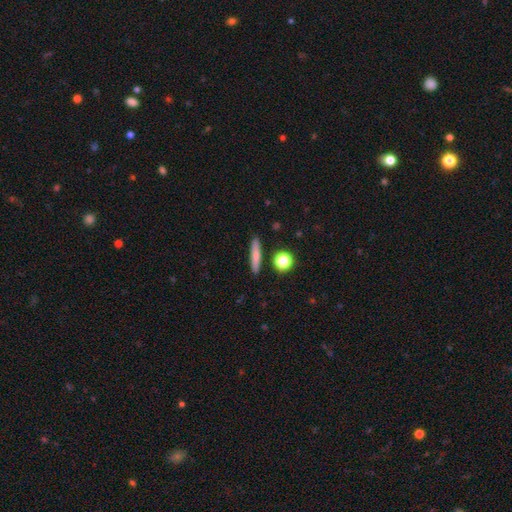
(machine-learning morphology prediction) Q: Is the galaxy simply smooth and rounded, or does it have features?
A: smooth — 72%.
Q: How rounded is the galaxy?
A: cigar-shaped — 85%.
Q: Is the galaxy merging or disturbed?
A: none — 89%.